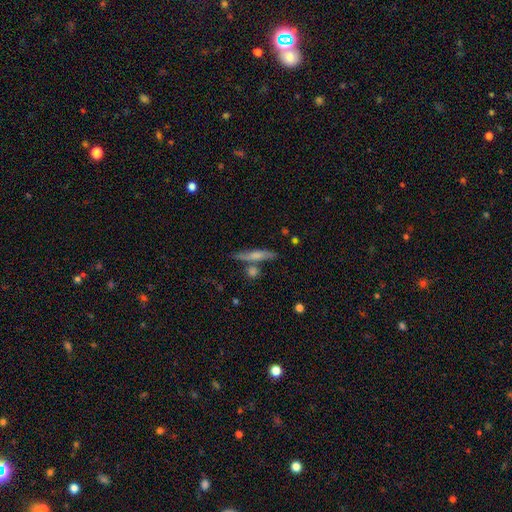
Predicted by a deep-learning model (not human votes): smooth-or-featured: smooth: 53% | featured or disk: 39% | star or artifact: 7%
  how-rounded: cigar-shaped: 86% | in between: 11% | round: 3%
  merging: none: 69% | minor disturbance: 14% | merger: 13% | major disturbance: 4%